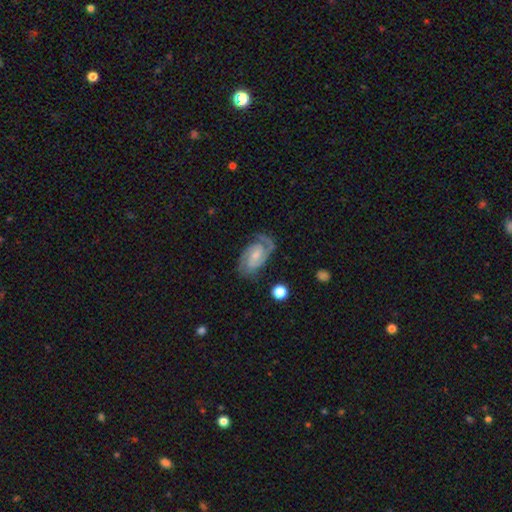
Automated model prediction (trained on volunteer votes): This is clearly a featured or disk galaxy (85%). It is clearly not viewed edge-on (97%). Bar: possibly weak (46%). Spiral arm pattern: clearly yes (97%). Spiral arm count: clearly 2 (83%). Spiral winding: possibly tight (48%). Central bulge: possibly small (52%). Merging: likely none (73%).